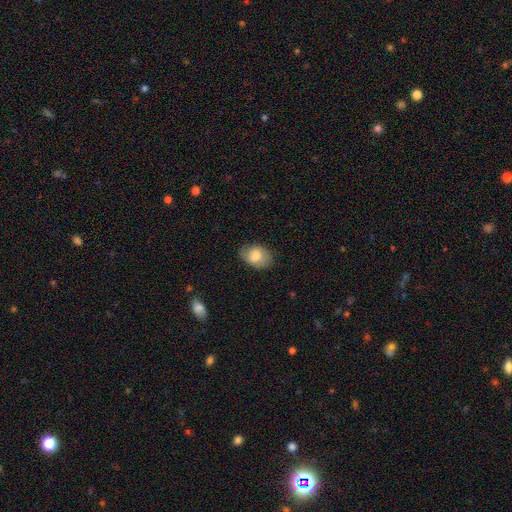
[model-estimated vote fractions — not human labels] Q: Smooth or featured?
A: smooth (76%); runner-up: featured or disk (17%)
Q: How rounded?
A: in between (78%); runner-up: round (21%)
Q: Merging?
A: none (73%); runner-up: minor disturbance (21%)